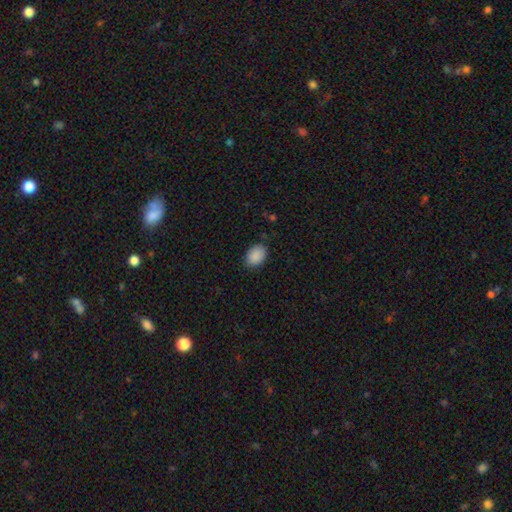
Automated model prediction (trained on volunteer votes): Q: Smooth or featured?
A: smooth (89%); runner-up: star or artifact (7%)
Q: How rounded?
A: in between (74%); runner-up: round (25%)
Q: Merging?
A: none (83%); runner-up: minor disturbance (14%)